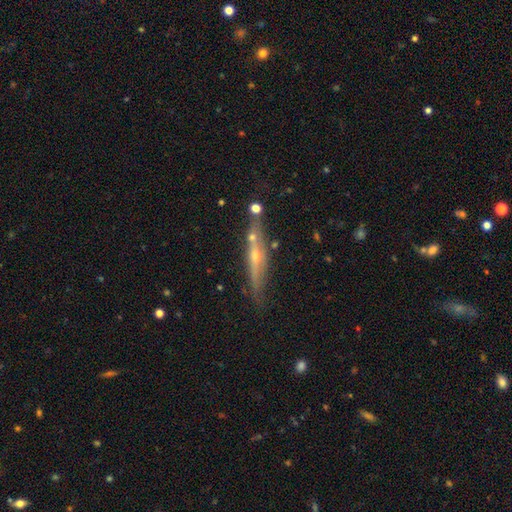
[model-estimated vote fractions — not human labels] Smooth or featured? featured or disk (66%)
Edge-on disk? yes (90%)
Edge-on bulge? rounded (78%)
Merging? none (71%)